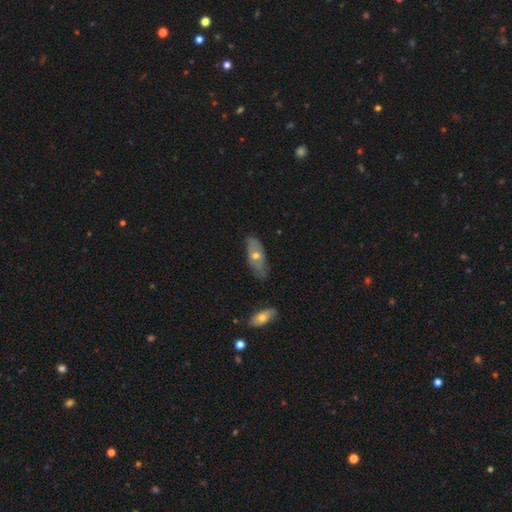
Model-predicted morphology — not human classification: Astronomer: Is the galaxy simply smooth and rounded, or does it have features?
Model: featured or disk — 50% (runner-up: smooth, 42%).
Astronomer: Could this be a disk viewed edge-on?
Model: no — 71%.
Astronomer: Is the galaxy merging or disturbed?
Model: none — 70%.